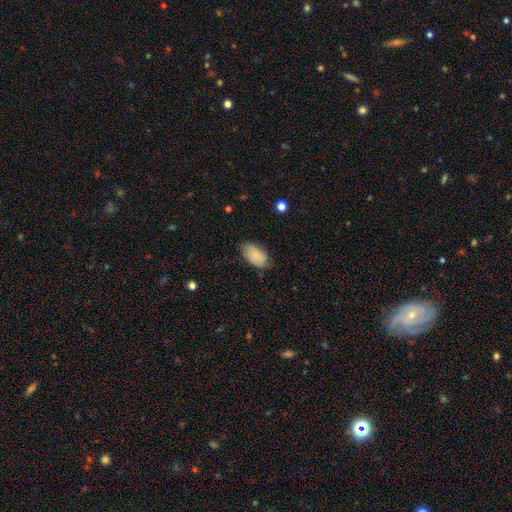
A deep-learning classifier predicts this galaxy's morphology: A smooth galaxy with no disk features (75%) that is in between round and cigar-shaped (93%). Merging: none (65%).